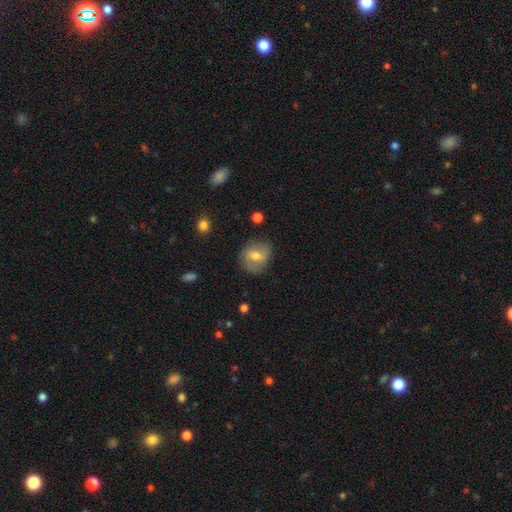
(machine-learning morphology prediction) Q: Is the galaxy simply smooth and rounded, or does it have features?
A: smooth — 50%.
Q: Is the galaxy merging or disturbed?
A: none — 75%.